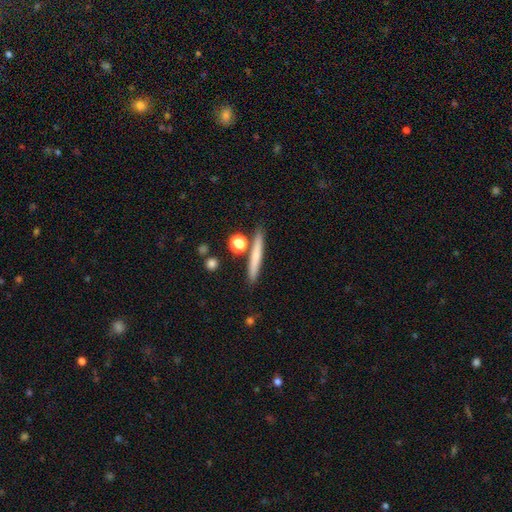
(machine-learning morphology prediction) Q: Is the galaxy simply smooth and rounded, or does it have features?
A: smooth — 66%.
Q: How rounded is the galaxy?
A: cigar-shaped — 91%.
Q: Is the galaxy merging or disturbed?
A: none — 82%.